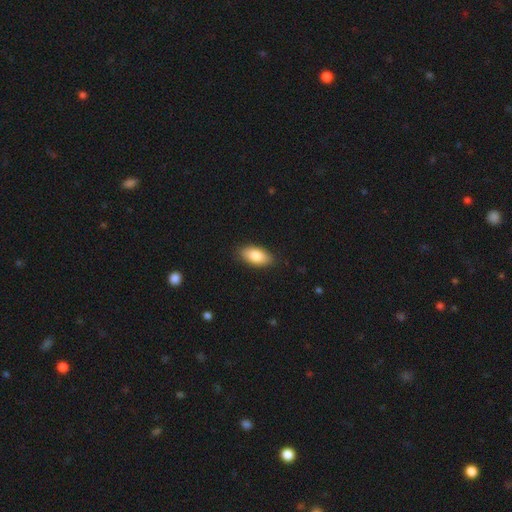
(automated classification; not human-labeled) smooth-or-featured: smooth: 84% | featured or disk: 10% | star or artifact: 6%
  how-rounded: in between: 92% | cigar-shaped: 4% | round: 3%
  merging: none: 87% | minor disturbance: 10% | major disturbance: 2% | merger: 1%